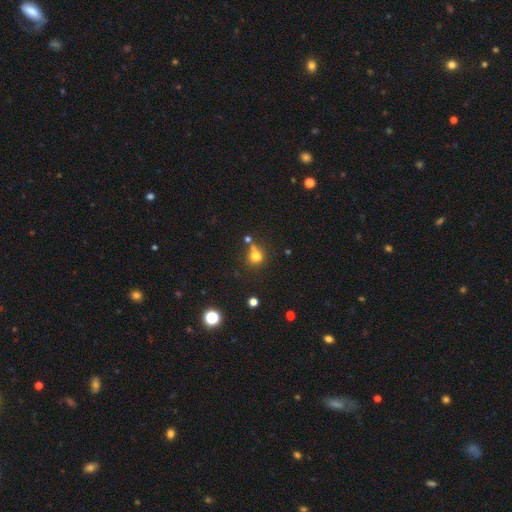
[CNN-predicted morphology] Q: Smooth or featured?
A: smooth (74%); runner-up: star or artifact (16%)
Q: How rounded?
A: round (80%); runner-up: in between (19%)
Q: Merging?
A: none (54%); runner-up: merger (26%)